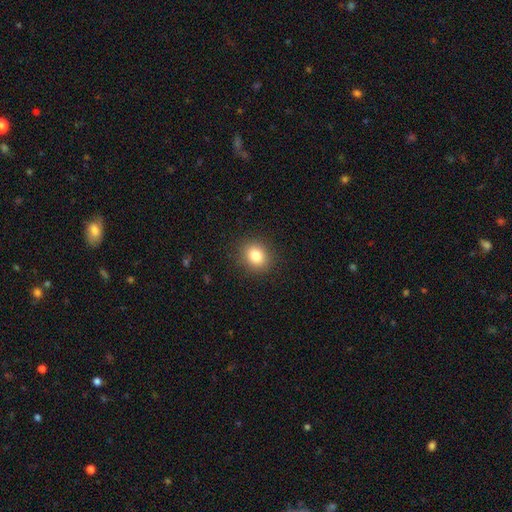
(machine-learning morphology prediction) smooth-or-featured: smooth: 83% | star or artifact: 10% | featured or disk: 7%
  how-rounded: round: 67% | in between: 32% | cigar-shaped: 1%
  merging: none: 89% | minor disturbance: 7% | major disturbance: 3% | merger: 1%